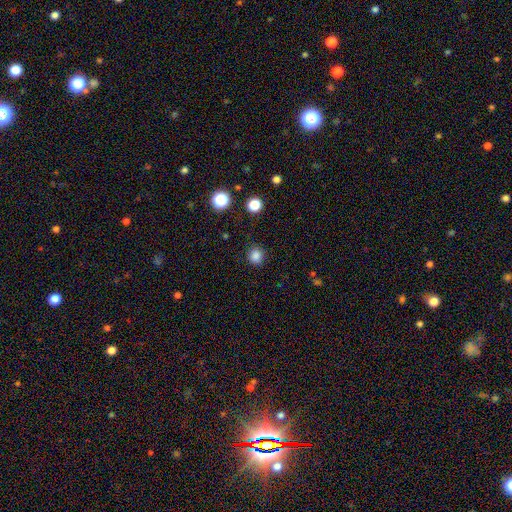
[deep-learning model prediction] smooth 84%, star or artifact 13%, featured or disk 3%. Down the decision tree: how rounded — round (85%); merging — none (88%).